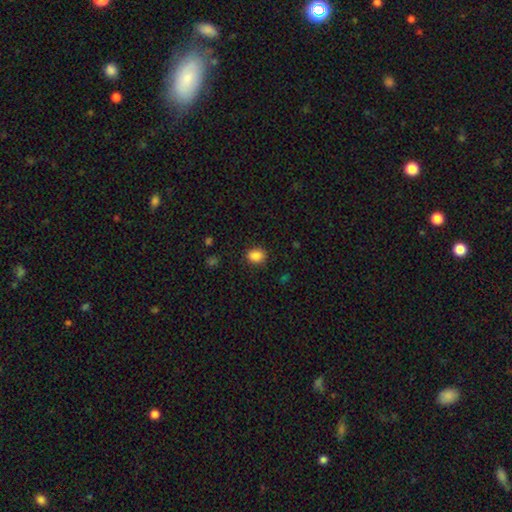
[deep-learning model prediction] The model was most divided on "how rounded": in between: 52%, round: 47%, cigar-shaped: 1%. More confident: smooth or featured — smooth (87%); merging — none (86%).